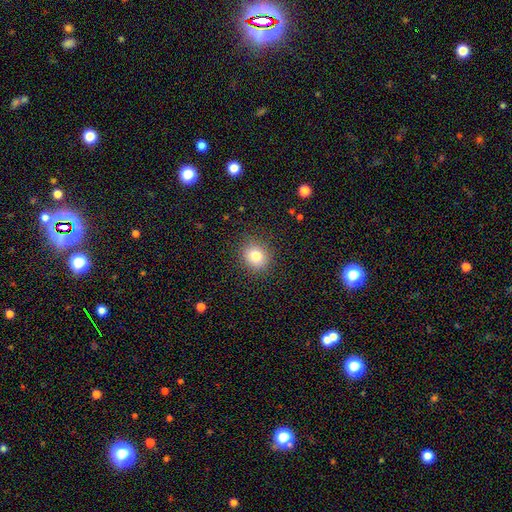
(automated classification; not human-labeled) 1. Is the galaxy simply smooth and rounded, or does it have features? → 79% smooth, 12% star or artifact, 9% featured or disk.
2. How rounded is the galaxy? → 79% round, 20% in between, 1% cigar-shaped.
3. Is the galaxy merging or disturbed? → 89% none, 7% minor disturbance, 3% major disturbance, 1% merger.